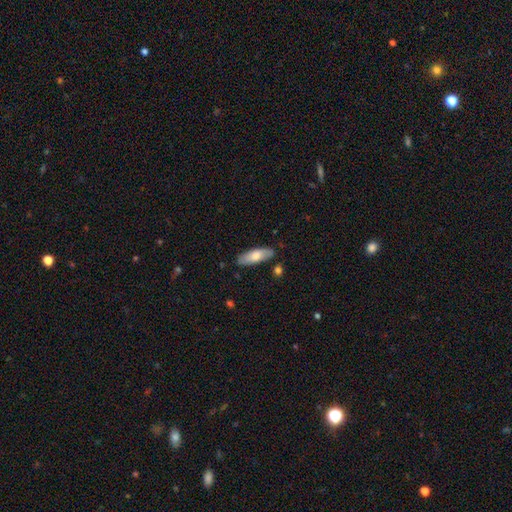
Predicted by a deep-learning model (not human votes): Smooth or featured: smooth — 69% (featured or disk — 25%)
How rounded: in between — 67% (cigar-shaped — 31%)
Merging: none — 83% (minor disturbance — 13%)